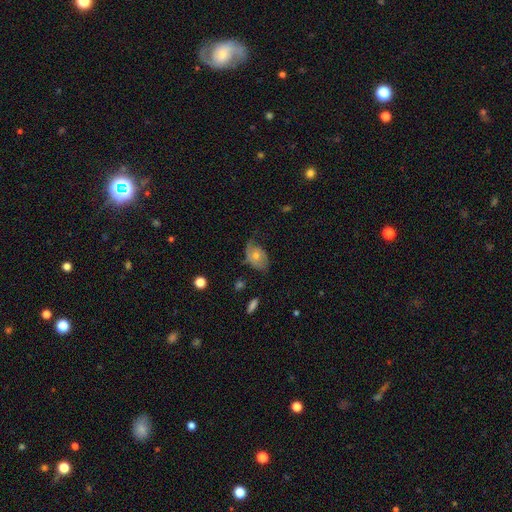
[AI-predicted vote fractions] Morphology: type=featured or disk (57%); edge-on=no (94%); bar=no (80%); spiral arms=yes (77%); bulge=moderate (56%); merging=none (49%).